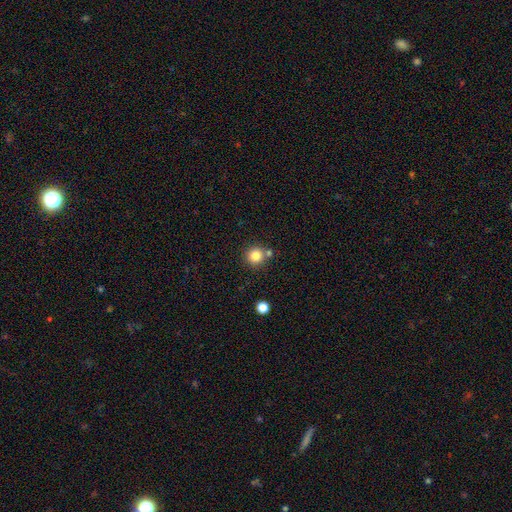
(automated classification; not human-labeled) The model was most divided on "merging": none: 75%, merger: 14%, minor disturbance: 9%, major disturbance: 3%. More confident: how rounded — round (94%); smooth or featured — smooth (83%).